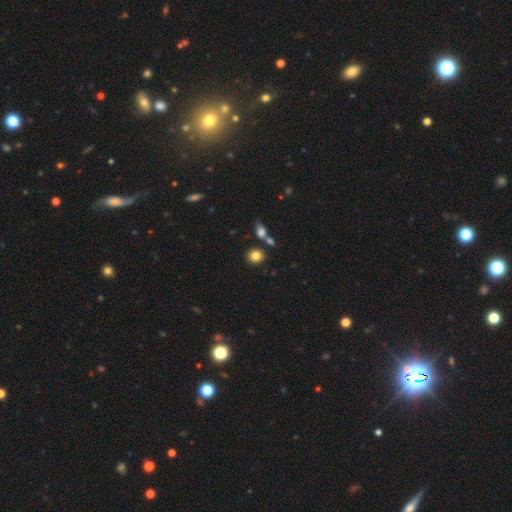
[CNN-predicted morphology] type=smooth (82%); roundness=round (65%); merging=none (74%).